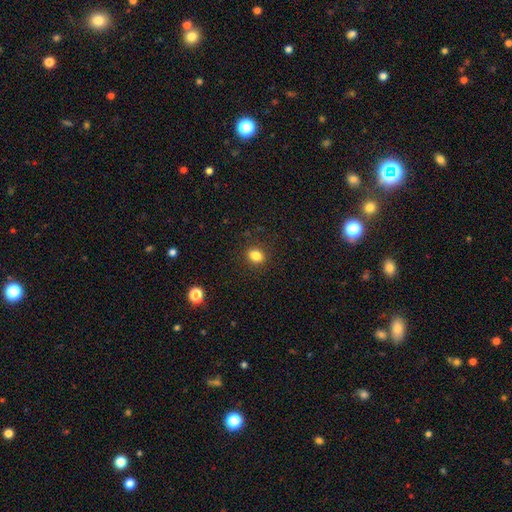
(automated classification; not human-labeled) The model was most divided on "how rounded": in between: 54%, round: 45%, cigar-shaped: 1%. More confident: merging — none (88%); smooth or featured — smooth (83%).